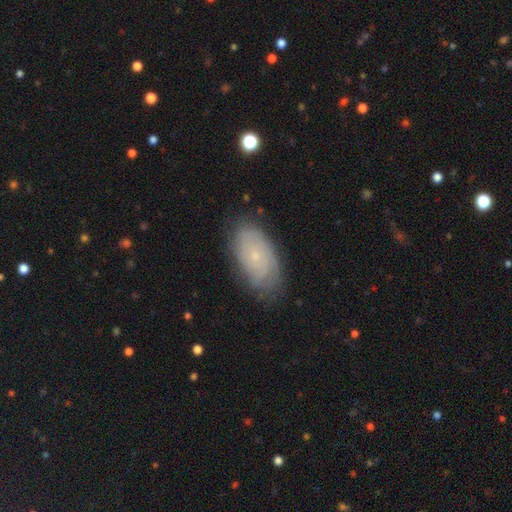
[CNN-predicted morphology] Overall: featured or disk (52%; smooth 40%). Edge-on disk: no (93%). Merging: none (77%).